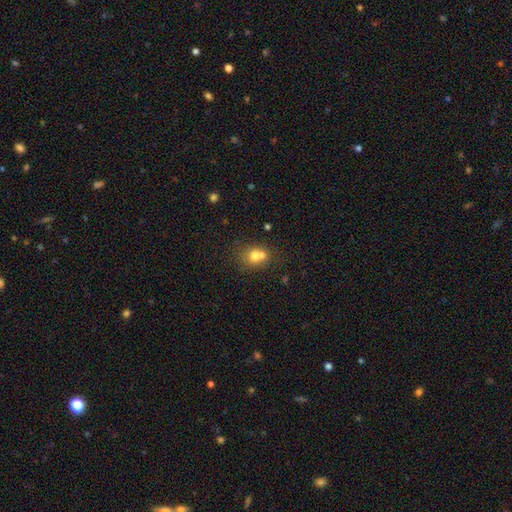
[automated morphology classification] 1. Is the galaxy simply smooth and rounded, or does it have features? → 71% smooth, 17% featured or disk, 13% star or artifact.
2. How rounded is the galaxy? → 68% round, 31% in between, 1% cigar-shaped.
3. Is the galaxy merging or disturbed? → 53% merger, 36% none, 8% minor disturbance, 3% major disturbance.